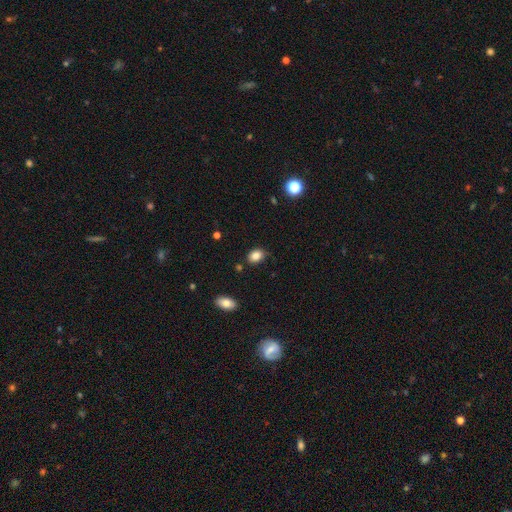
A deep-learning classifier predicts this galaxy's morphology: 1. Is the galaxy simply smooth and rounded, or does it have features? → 85% smooth, 9% star or artifact, 5% featured or disk.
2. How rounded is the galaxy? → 75% in between, 24% round, 1% cigar-shaped.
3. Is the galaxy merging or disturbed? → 77% none, 17% minor disturbance, 3% major disturbance, 3% merger.